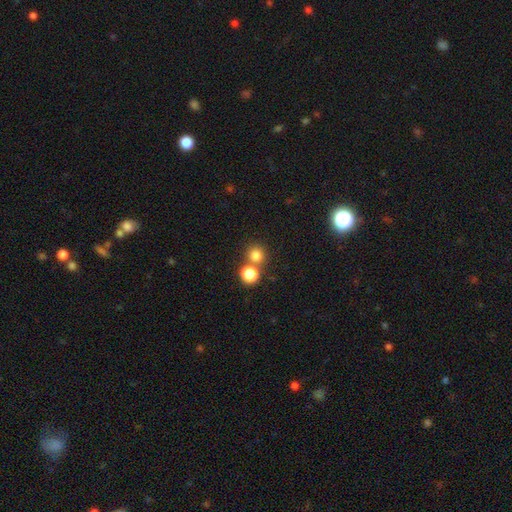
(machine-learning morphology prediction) Smooth or featured? smooth (79%)
How rounded? round (91%)
Merging? none (66%)